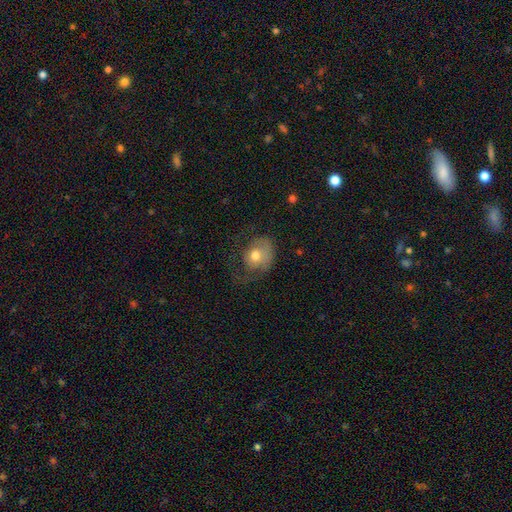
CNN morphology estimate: Smooth or featured? Predicted: smooth (p=0.59). How rounded? Predicted: round (p=0.53). Merging? Predicted: major disturbance (p=0.40).